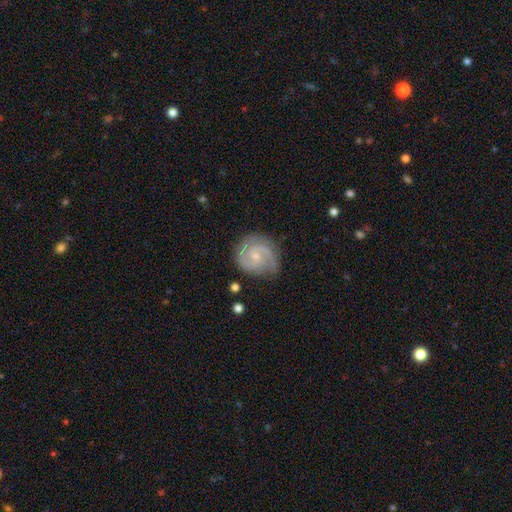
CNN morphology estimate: featured or disk 88%, smooth 7%, star or artifact 5%. Down the decision tree: edge-on disk — no (98%); bar — no (59%); spiral arms — yes (98%); spiral arm count — 2 (80%); spiral winding — tight (51%); bulge size — small (70%); merging — none (79%).